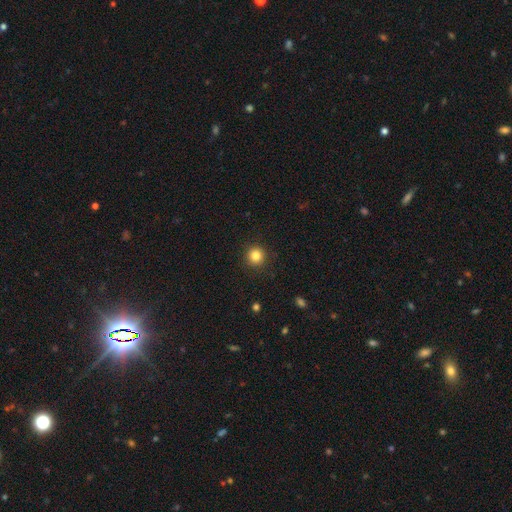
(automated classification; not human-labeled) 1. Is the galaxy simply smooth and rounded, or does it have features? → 83% smooth, 12% star or artifact, 5% featured or disk.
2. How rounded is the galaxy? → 95% round, 4% in between, 1% cigar-shaped.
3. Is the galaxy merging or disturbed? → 91% none, 6% minor disturbance, 2% major disturbance, 1% merger.